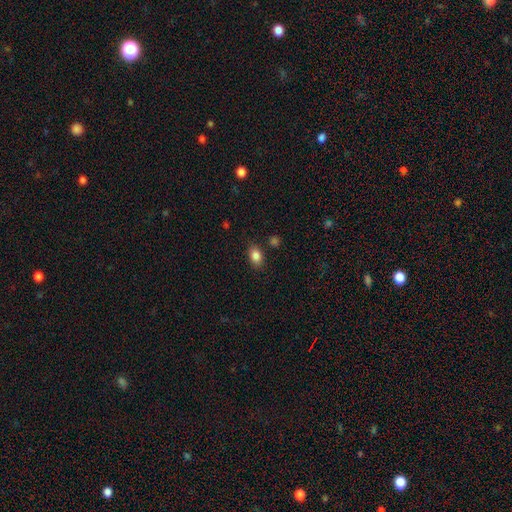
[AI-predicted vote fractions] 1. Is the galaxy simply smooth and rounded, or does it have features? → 85% smooth, 9% star or artifact, 6% featured or disk.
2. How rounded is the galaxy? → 82% in between, 16% round, 2% cigar-shaped.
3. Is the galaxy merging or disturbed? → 82% none, 12% minor disturbance, 3% merger, 3% major disturbance.